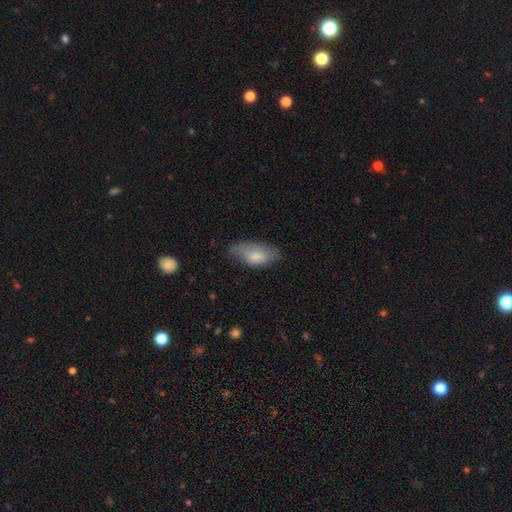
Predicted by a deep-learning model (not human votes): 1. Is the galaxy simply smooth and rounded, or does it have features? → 79% smooth, 14% featured or disk, 6% star or artifact.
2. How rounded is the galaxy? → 90% in between, 8% cigar-shaped, 3% round.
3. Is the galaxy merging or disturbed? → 62% none, 29% minor disturbance, 8% major disturbance, 1% merger.